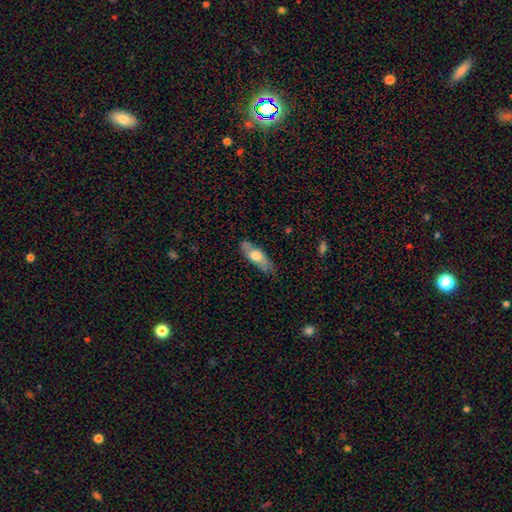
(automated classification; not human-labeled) Smooth or featured: smooth — 57% (featured or disk — 37%)
How rounded: in between — 56% (cigar-shaped — 41%)
Merging: none — 77% (minor disturbance — 18%)